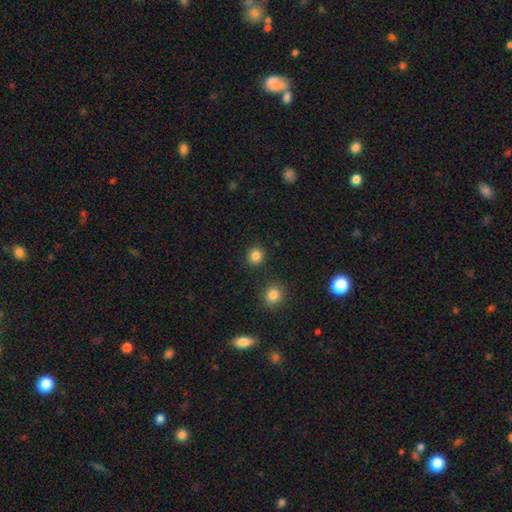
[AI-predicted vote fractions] smooth-or-featured: smooth: 84% | star or artifact: 12% | featured or disk: 4%
  how-rounded: round: 87% | in between: 12% | cigar-shaped: 1%
  merging: none: 89% | minor disturbance: 6% | merger: 3% | major disturbance: 2%